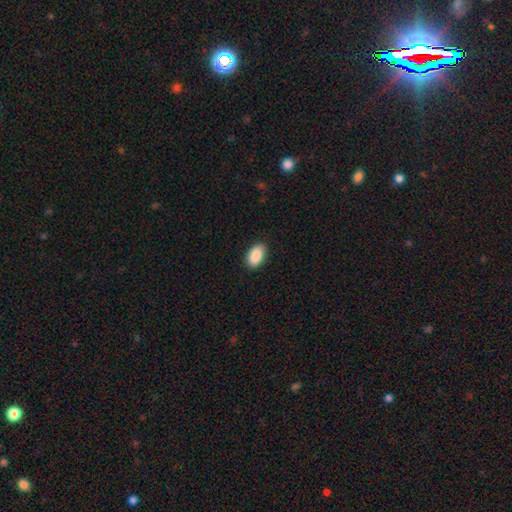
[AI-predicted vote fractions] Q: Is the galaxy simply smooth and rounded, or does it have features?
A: smooth — 90%.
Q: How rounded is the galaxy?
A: in between — 94%.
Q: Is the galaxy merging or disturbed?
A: none — 88%.